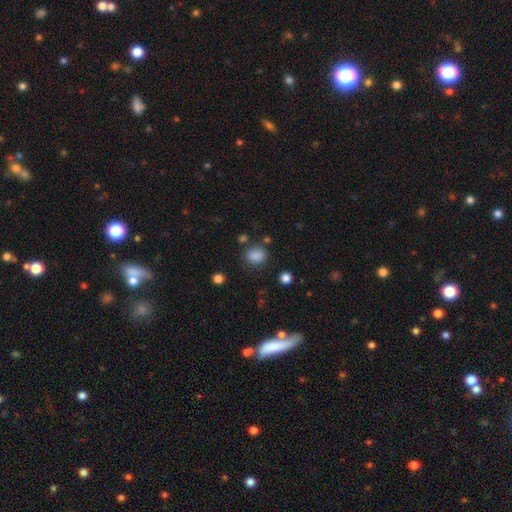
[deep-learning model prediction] This is clearly a smooth galaxy (84%). How rounded: possibly round (55%). Merging: likely none (76%).